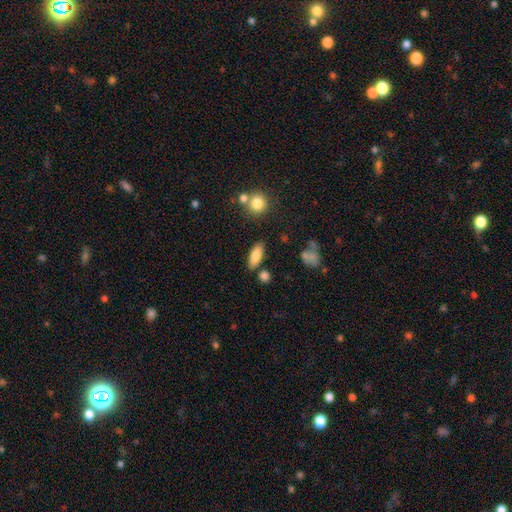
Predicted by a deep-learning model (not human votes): A smooth galaxy with no disk features (80%) that is in between round and cigar-shaped (74%).

Vote fractions:
- Smooth or featured? smooth: 80% / featured or disk: 12% / star or artifact: 8%
- How rounded? in between: 74% / cigar-shaped: 23% / round: 3%
- Merging? none: 80% / minor disturbance: 11% / merger: 6% / major disturbance: 3%